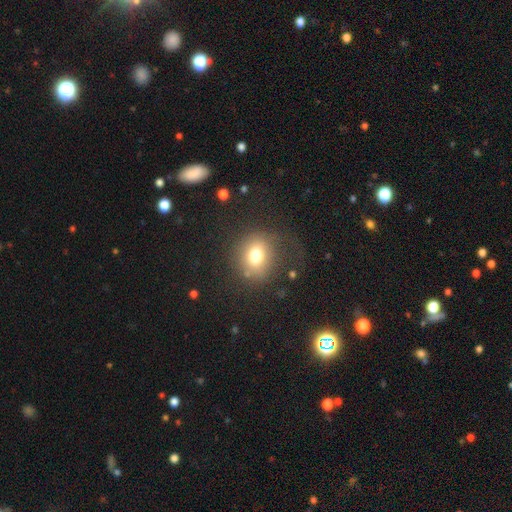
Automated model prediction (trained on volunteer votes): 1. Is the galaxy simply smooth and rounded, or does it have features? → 73% smooth, 14% star or artifact, 13% featured or disk.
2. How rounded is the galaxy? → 77% round, 22% in between, 1% cigar-shaped.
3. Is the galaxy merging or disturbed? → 67% none, 16% minor disturbance, 14% major disturbance, 2% merger.